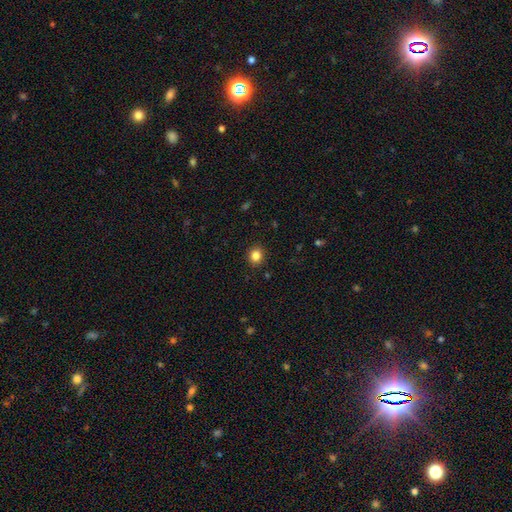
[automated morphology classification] This is clearly a smooth galaxy (84%). How rounded: likely round (76%). Merging: clearly none (90%).